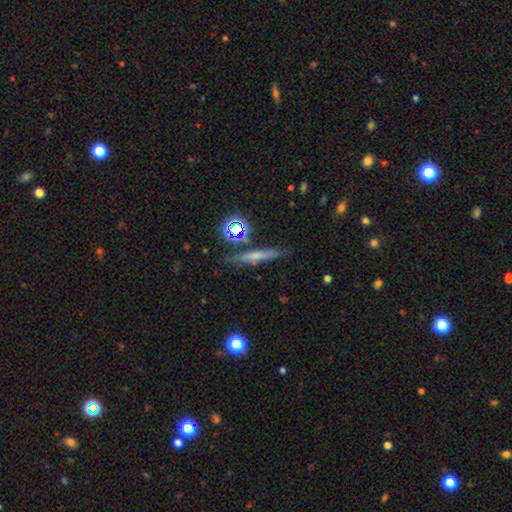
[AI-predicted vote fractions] Morphology: type=smooth (50%); merging=none (76%).